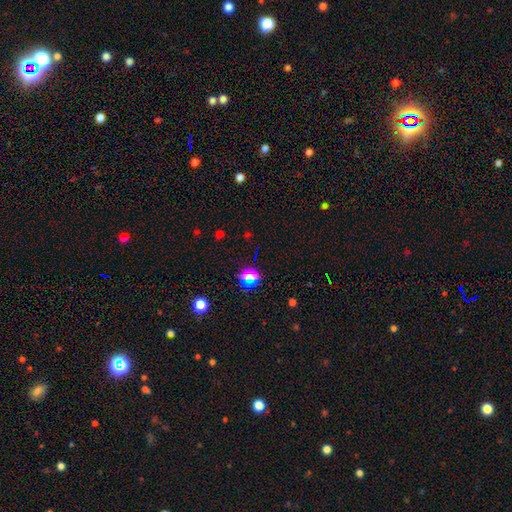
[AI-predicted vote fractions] A star or artifact, not a galaxy (66%).